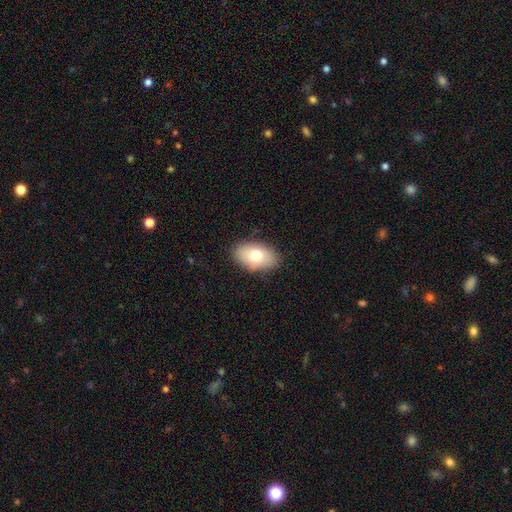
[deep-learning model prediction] Smooth or featured? smooth (74%)
How rounded? in between (90%)
Merging? none (84%)